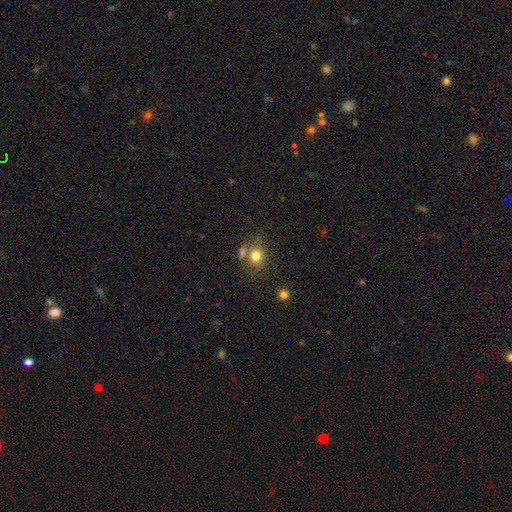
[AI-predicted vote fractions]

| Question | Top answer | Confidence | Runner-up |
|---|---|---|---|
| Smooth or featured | smooth | 79% | star or artifact (12%) |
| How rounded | round | 73% | in between (26%) |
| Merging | none | 62% | merger (21%) |